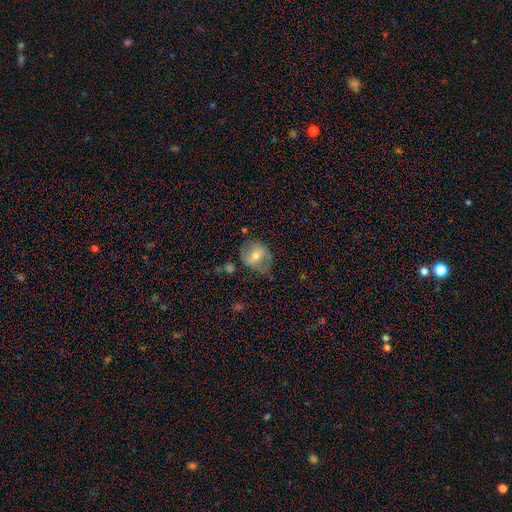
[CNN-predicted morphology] A smooth galaxy with no disk features (49%).

Vote fractions:
- Smooth or featured? smooth: 49% / featured or disk: 43% / star or artifact: 8%
- Merging? none: 56% / minor disturbance: 28% / major disturbance: 12% / merger: 4%